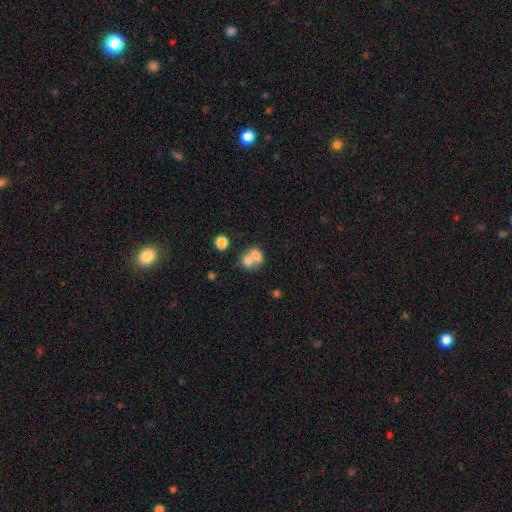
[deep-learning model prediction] Smooth or featured? smooth (73%)
How rounded? round (50%)
Merging? merger (66%)